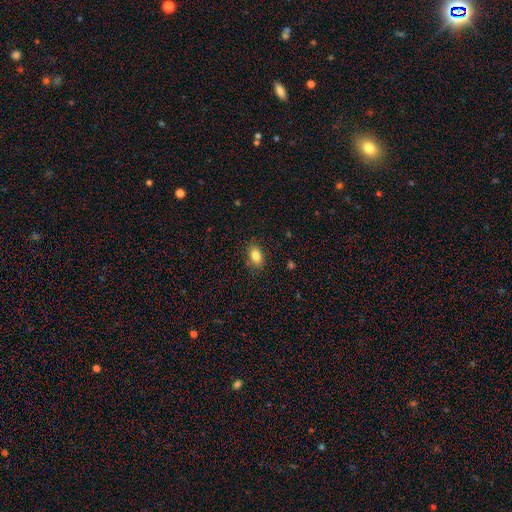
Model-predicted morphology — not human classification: Smooth or featured? smooth (83%)
How rounded? in between (83%)
Merging? none (84%)